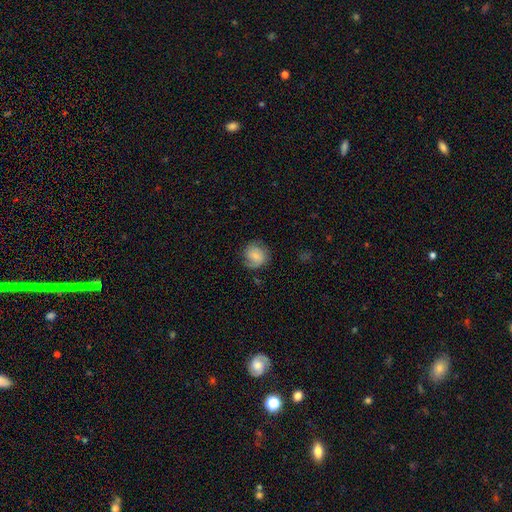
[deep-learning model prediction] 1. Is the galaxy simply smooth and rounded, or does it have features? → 63% smooth, 29% featured or disk, 8% star or artifact.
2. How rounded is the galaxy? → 84% round, 15% in between, 1% cigar-shaped.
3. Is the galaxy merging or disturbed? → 71% none, 20% minor disturbance, 8% major disturbance, 1% merger.